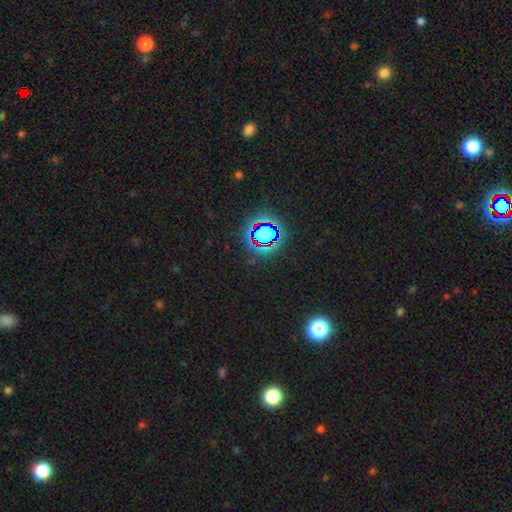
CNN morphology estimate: This appears to be a star or artifact, not a galaxy (79%).